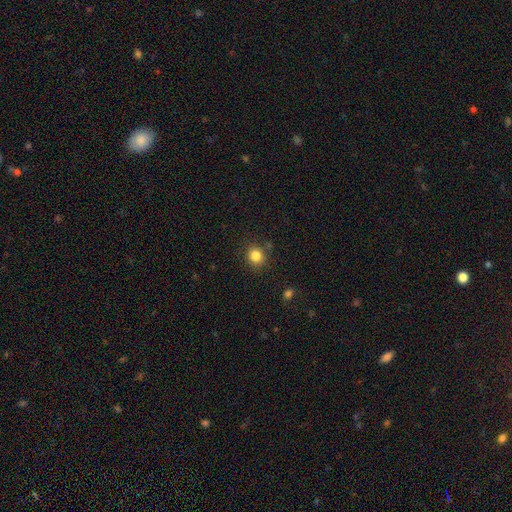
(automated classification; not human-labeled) This is clearly a smooth galaxy (84%). How rounded: clearly round (86%). Merging: clearly none (84%).